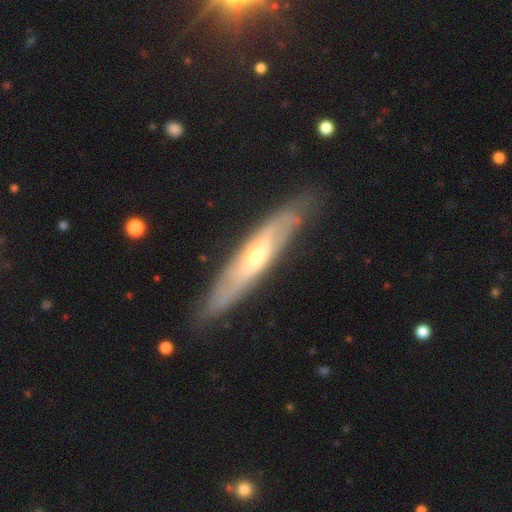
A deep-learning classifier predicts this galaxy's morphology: This is likely a featured or disk galaxy (69%). It is possibly viewed edge-on (55%). Merging: clearly none (81%).